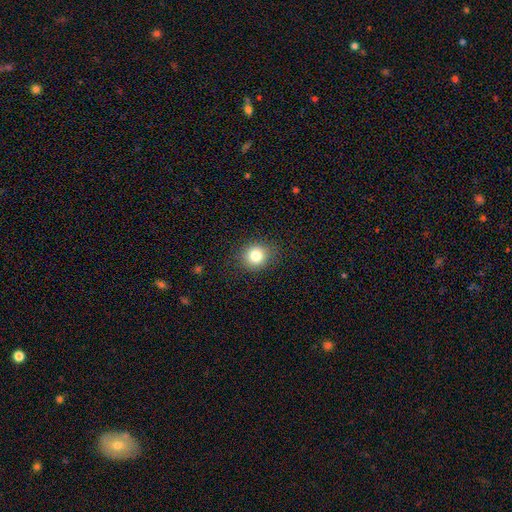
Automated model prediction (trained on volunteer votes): A smooth galaxy with no disk features (81%) that is round (82%).

Vote fractions:
- Smooth or featured? smooth: 81% / star or artifact: 11% / featured or disk: 7%
- How rounded? round: 82% / in between: 17% / cigar-shaped: 1%
- Merging? none: 88% / minor disturbance: 9% / major disturbance: 3% / merger: 1%